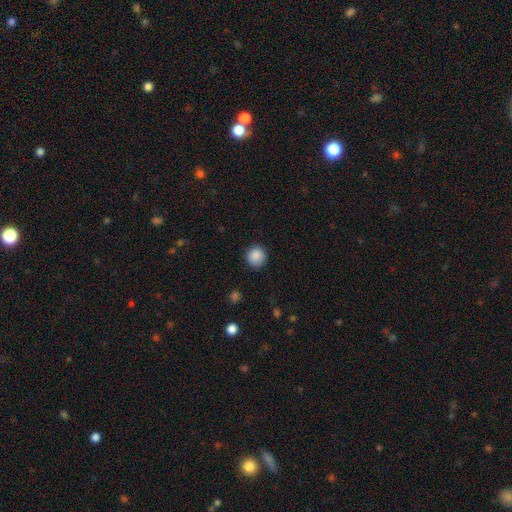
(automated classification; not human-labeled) The model was most divided on "merging": none: 88%, minor disturbance: 9%, major disturbance: 2%, merger: 1%. More confident: how rounded — round (93%); smooth or featured — smooth (88%).